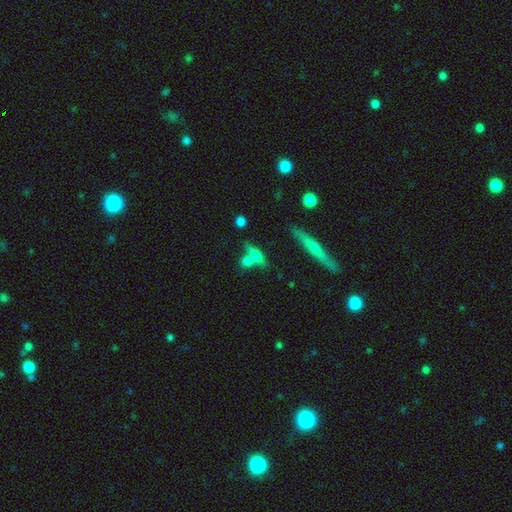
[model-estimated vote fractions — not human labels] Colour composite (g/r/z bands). It shows a smooth galaxy with no disk features (62%) that is cigar-shaped (44%). Merging: none (53%).